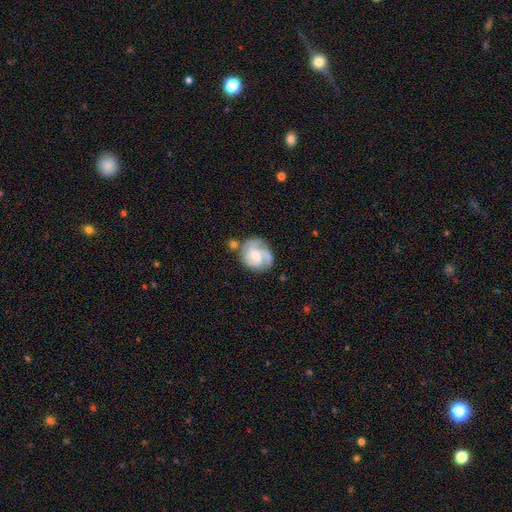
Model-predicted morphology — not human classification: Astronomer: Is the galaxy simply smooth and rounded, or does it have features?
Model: featured or disk — 79%.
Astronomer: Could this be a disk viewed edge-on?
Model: no — 98%.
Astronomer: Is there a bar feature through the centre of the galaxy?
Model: no — 60%.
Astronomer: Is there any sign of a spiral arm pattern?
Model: yes — 96%.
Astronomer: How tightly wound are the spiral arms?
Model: tight — 49% (runner-up: medium, 40%).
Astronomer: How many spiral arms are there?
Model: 3 — 53%.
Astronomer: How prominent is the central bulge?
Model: moderate — 50% (runner-up: small, 34%).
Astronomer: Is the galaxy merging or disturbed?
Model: none — 64%.